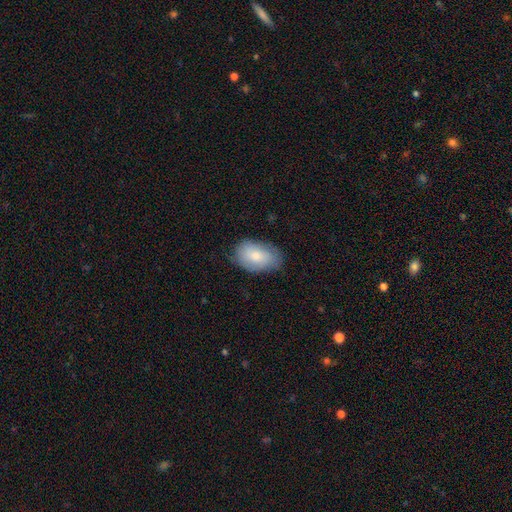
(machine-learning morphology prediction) This is likely a smooth galaxy (74%). How rounded: clearly in between (90%). Merging: likely none (71%).